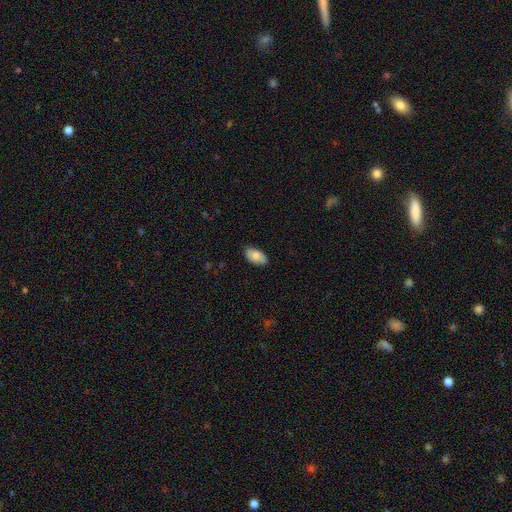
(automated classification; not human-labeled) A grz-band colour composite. It shows a smooth galaxy with no disk features (77%) that is in between round and cigar-shaped (94%). Merging: none (84%).